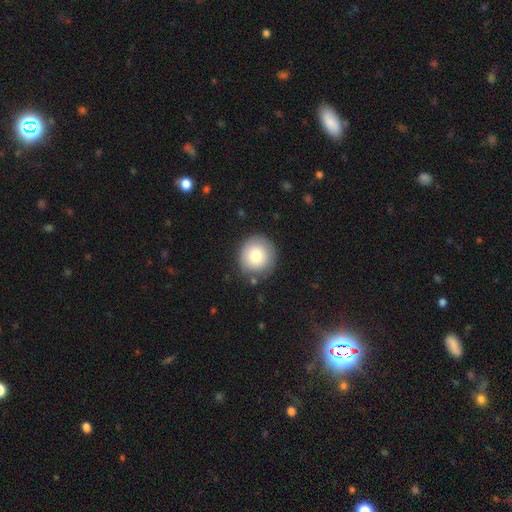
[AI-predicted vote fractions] smooth-or-featured: smooth: 78% | featured or disk: 13% | star or artifact: 9%
  how-rounded: round: 93% | in between: 6% | cigar-shaped: 1%
  merging: none: 83% | minor disturbance: 11% | major disturbance: 3% | merger: 3%